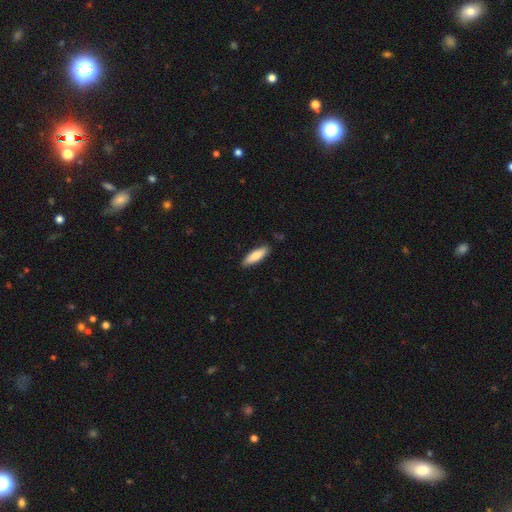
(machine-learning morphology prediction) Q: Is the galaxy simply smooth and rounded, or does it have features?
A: smooth — 80%.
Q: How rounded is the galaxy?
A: cigar-shaped — 52%.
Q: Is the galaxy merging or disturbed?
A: none — 86%.